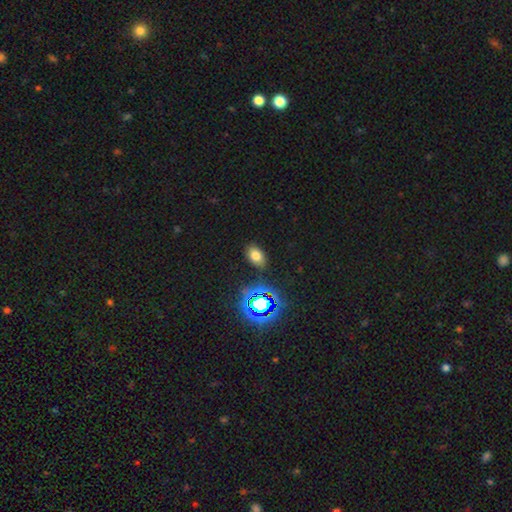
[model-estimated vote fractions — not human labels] This appears to be a smooth galaxy with no disk features (69%) that is in between round and cigar-shaped (86%). Merging: none (86%).